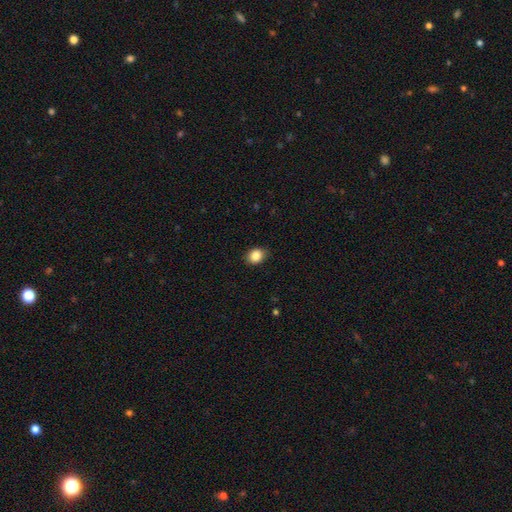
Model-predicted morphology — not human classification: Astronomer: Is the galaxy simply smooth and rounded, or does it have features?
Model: smooth — 86%.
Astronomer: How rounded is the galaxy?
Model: in between — 51% (runner-up: round, 48%).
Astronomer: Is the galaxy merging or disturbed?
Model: none — 85%.